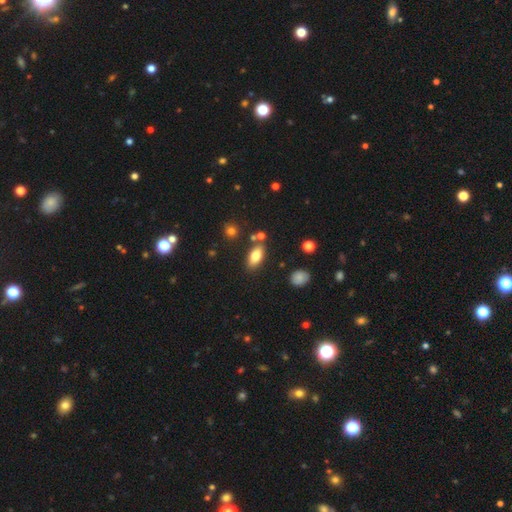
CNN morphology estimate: smooth-or-featured: smooth: 79% | featured or disk: 12% | star or artifact: 8%
  how-rounded: in between: 86% | cigar-shaped: 10% | round: 4%
  merging: none: 75% | minor disturbance: 12% | merger: 9% | major disturbance: 3%